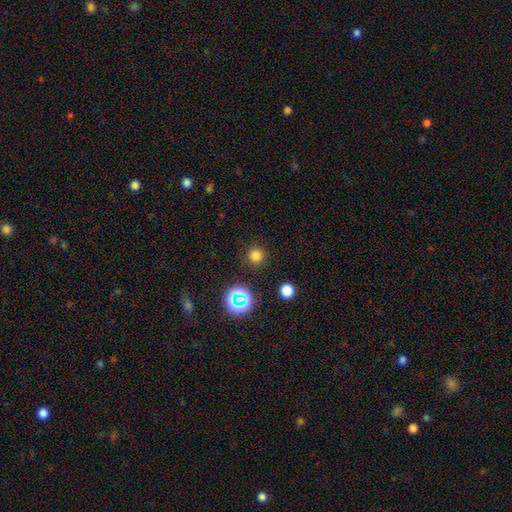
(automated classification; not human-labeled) The model was most divided on "smooth or featured": smooth: 75%, star or artifact: 20%, featured or disk: 5%. More confident: how rounded — round (95%); merging — none (88%).